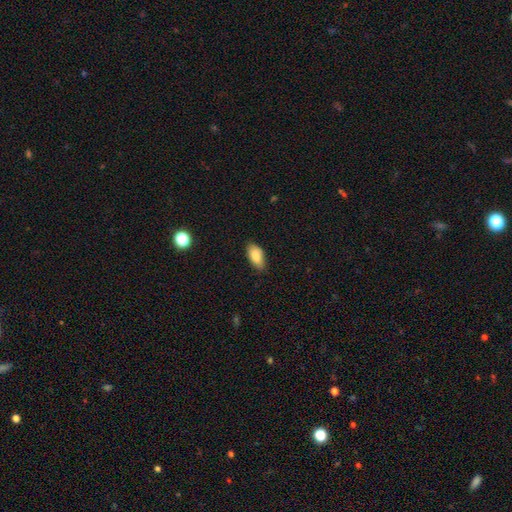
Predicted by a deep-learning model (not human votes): This is clearly a smooth galaxy (82%). How rounded: clearly in between (91%). Merging: clearly none (83%).